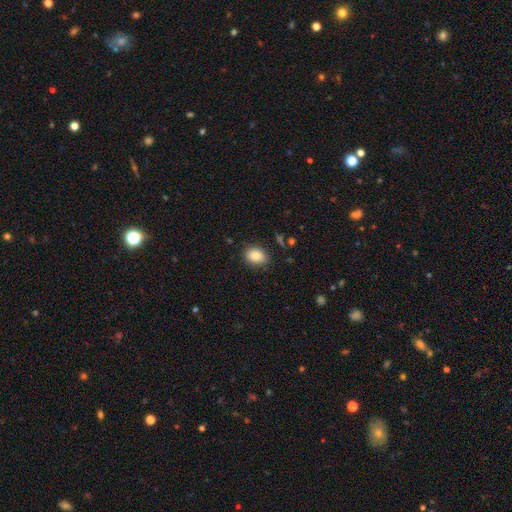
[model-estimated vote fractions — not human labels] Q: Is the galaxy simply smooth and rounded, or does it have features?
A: smooth — 86%.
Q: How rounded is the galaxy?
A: in between — 78%.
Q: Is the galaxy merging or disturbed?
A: none — 84%.